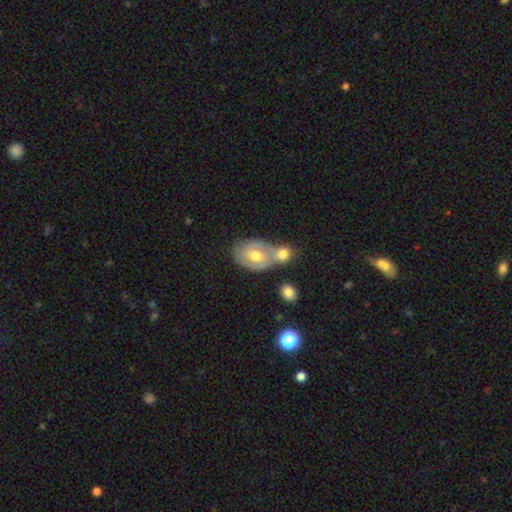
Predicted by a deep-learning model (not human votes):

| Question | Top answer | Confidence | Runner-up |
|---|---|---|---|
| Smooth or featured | featured or disk | 52% | smooth (40%) |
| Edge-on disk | no | 94% | yes (6%) |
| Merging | merger | 48% | none (32%) |